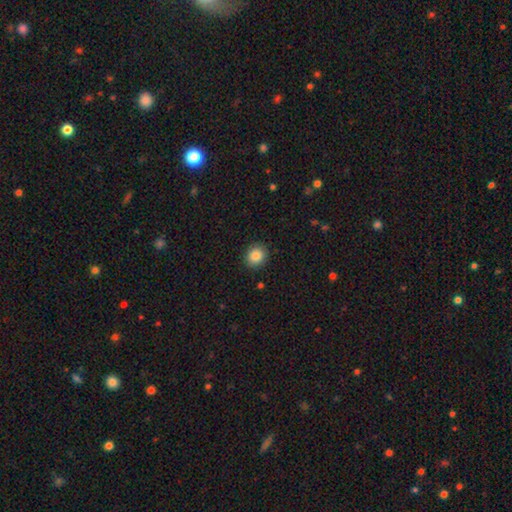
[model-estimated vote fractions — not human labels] smooth 85%, star or artifact 9%, featured or disk 5%. Down the decision tree: how rounded — round (79%); merging — none (90%).